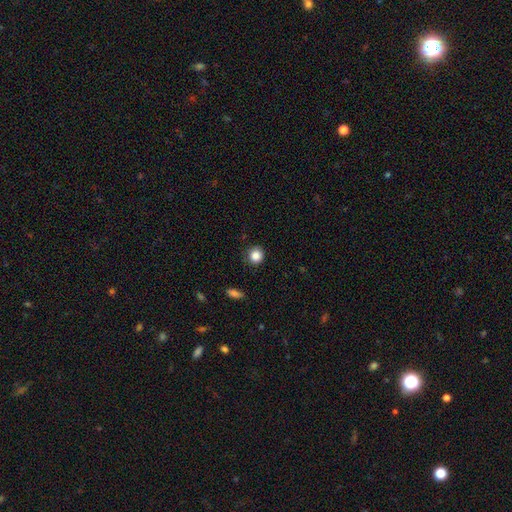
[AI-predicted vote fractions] Smooth or featured?
  - smooth: 86% *
  - star or artifact: 10%
  - featured or disk: 4%
How rounded?
  - round: 89% *
  - in between: 10%
  - cigar-shaped: 1%
Merging?
  - none: 88% *
  - minor disturbance: 9%
  - major disturbance: 2%
  - merger: 1%